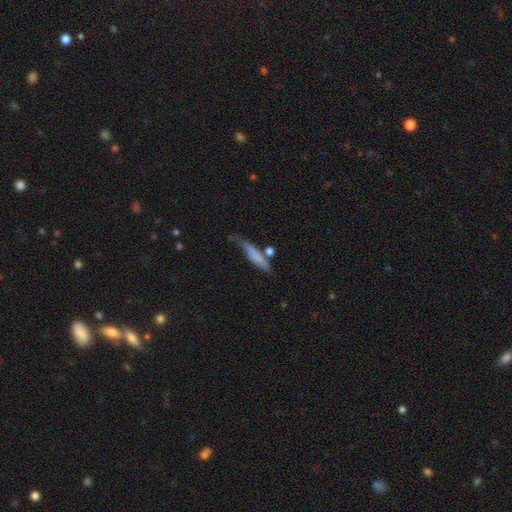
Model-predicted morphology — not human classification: A smooth galaxy with no disk features (68%) that is cigar-shaped (82%). Merging: none (53%).